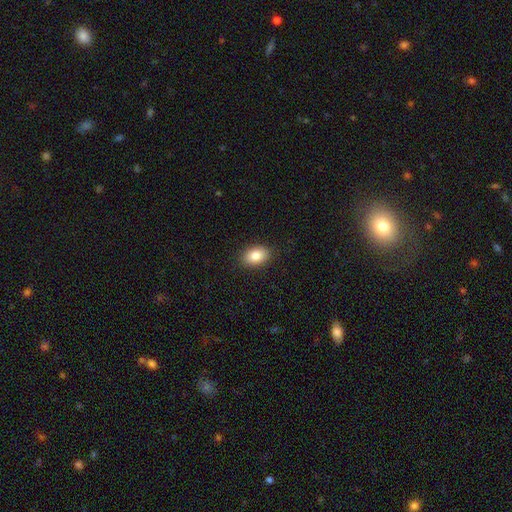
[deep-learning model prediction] The model was most divided on "how rounded": in between: 88%, round: 11%, cigar-shaped: 1%. More confident: merging — none (89%); smooth or featured — smooth (86%).